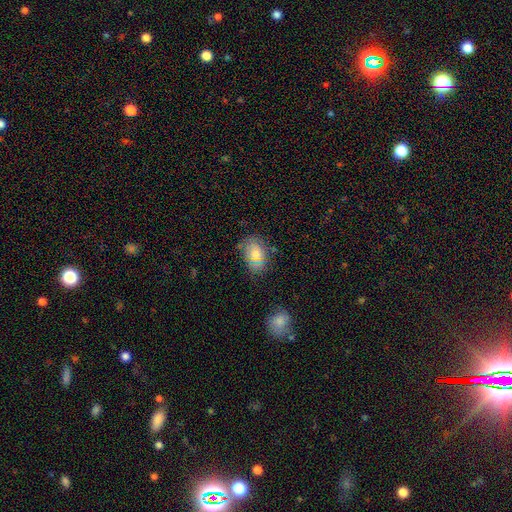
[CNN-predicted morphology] This appears to be a smooth galaxy with no disk features (72%) that is in between round and cigar-shaped (84%). Merging: none (73%).